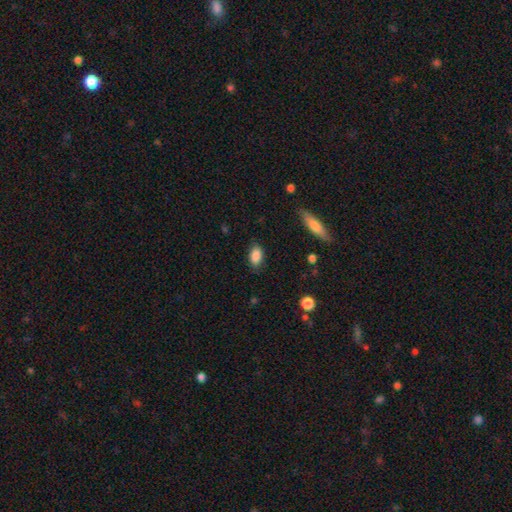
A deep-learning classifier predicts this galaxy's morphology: smooth 87%, star or artifact 7%, featured or disk 5%. Down the decision tree: how rounded — in between (90%); merging — none (82%).